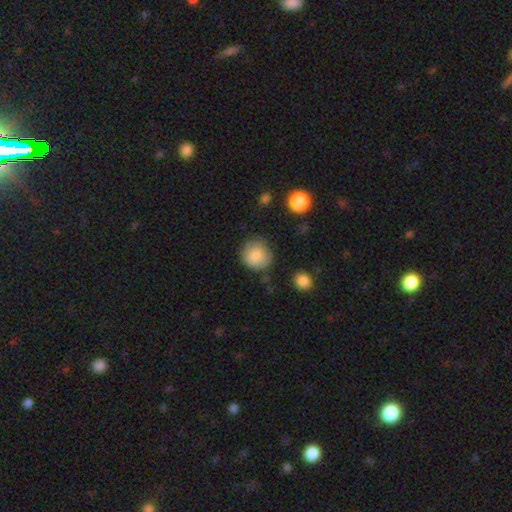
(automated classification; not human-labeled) Smooth or featured? Predicted: smooth (p=0.85). How rounded? Predicted: round (p=0.87). Merging? Predicted: none (p=0.75).